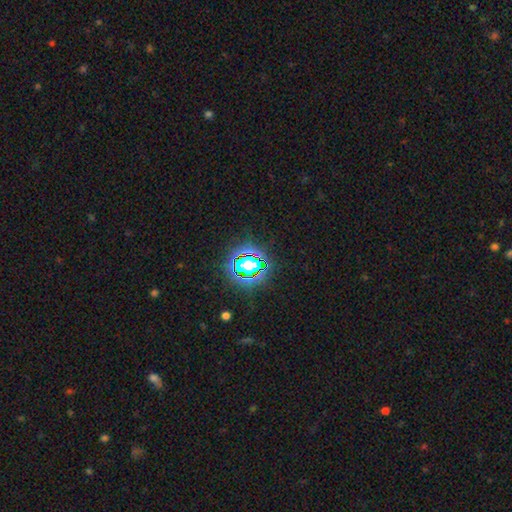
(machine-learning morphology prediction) Overall: star or artifact (74%).